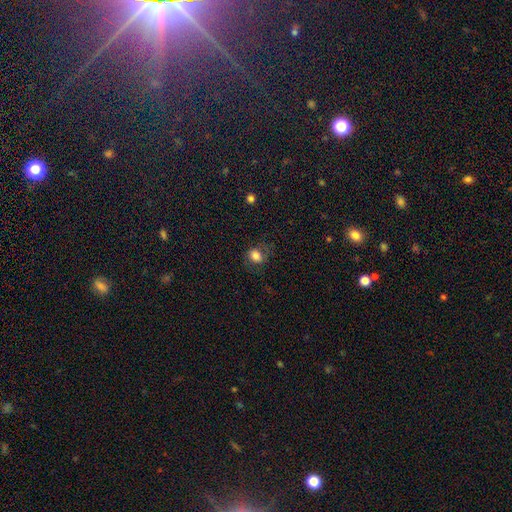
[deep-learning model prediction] This appears to be a smooth galaxy with no disk features (79%) that is round (54%). Merging: none (67%).